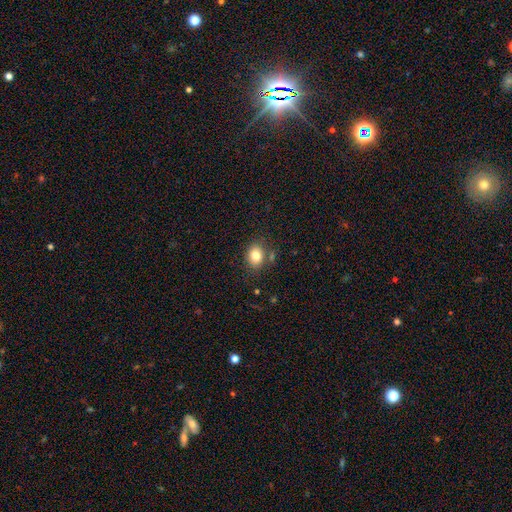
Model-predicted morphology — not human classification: Smooth or featured: smooth — 81% (star or artifact — 10%)
How rounded: in between — 58% (round — 41%)
Merging: none — 76% (minor disturbance — 13%)